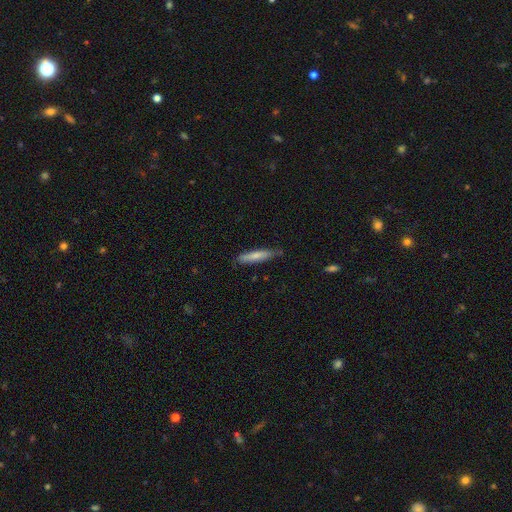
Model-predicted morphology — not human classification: Smooth or featured?
  - smooth: 74% *
  - featured or disk: 20%
  - star or artifact: 6%
How rounded?
  - cigar-shaped: 88% *
  - in between: 11%
  - round: 1%
Merging?
  - none: 76% *
  - minor disturbance: 19%
  - major disturbance: 3%
  - merger: 2%